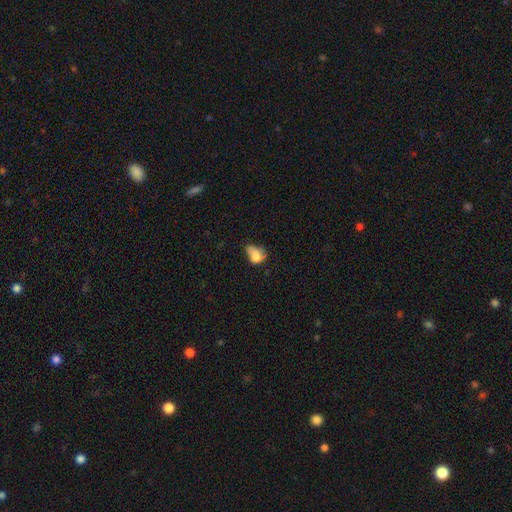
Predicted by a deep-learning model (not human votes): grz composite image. It shows a smooth galaxy with no disk features (69%) that is in between round and cigar-shaped (72%). Merging: minor disturbance (35%).